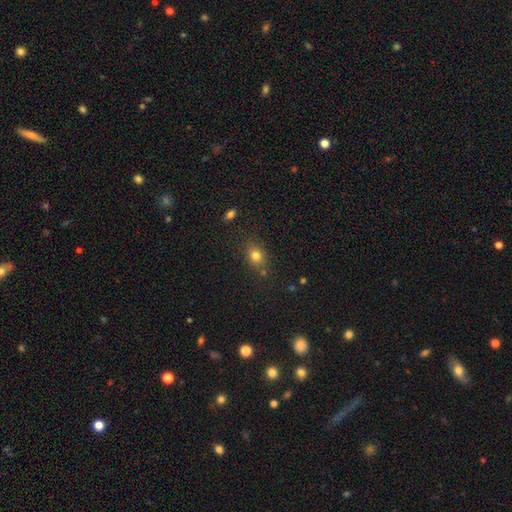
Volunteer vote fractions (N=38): smooth-or-featured: smooth: 87% | star or artifact: 8% | featured or disk: 5%
  how-rounded: round: 52% | in between: 48% | cigar-shaped: 0%
  merging: none: 77% | minor disturbance: 14% | major disturbance: 9% | merger: 0%